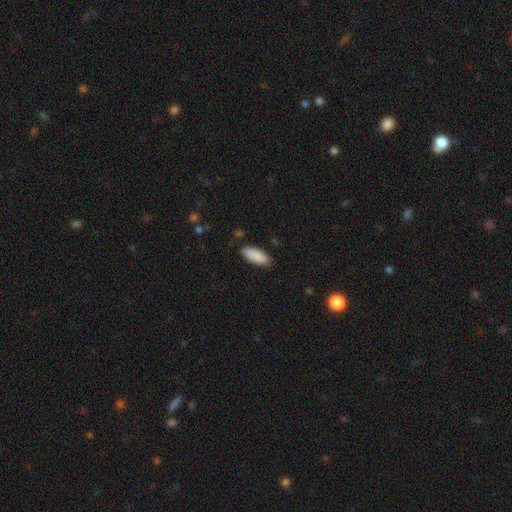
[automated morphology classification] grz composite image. It shows a smooth galaxy with no disk features (89%) that is in between round and cigar-shaped (78%). Merging: none (86%).